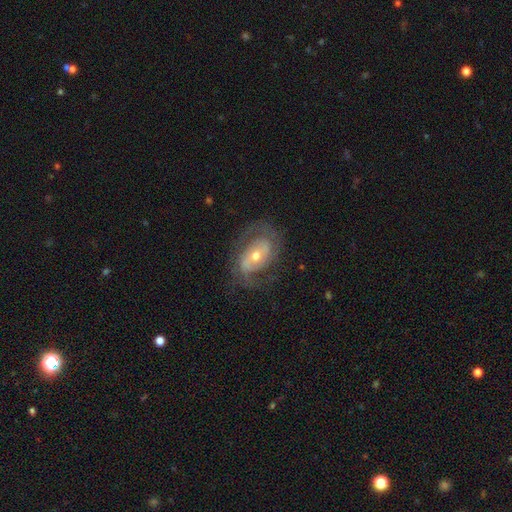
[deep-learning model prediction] Smooth or featured? Predicted: featured or disk (p=0.78). Edge-on disk? Predicted: no (p=0.95). Bar? Predicted: no (p=0.50). Spiral arms? Predicted: yes (p=0.84). Spiral winding? Predicted: medium (p=0.43). Spiral arm count? Predicted: 2 (p=0.68). Bulge size? Predicted: moderate (p=0.57). Merging? Predicted: none (p=0.67).